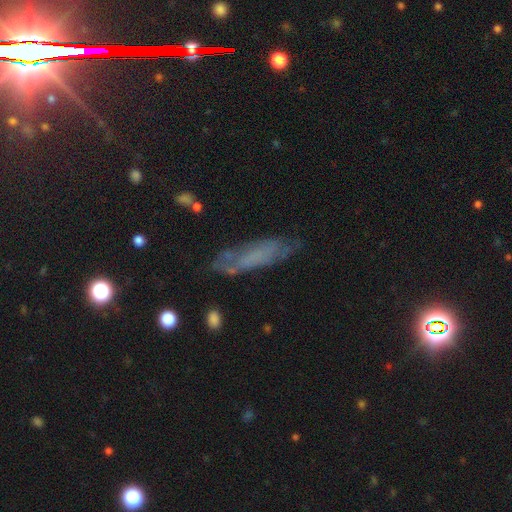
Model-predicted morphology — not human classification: type=featured or disk (45%); merging=none (64%).